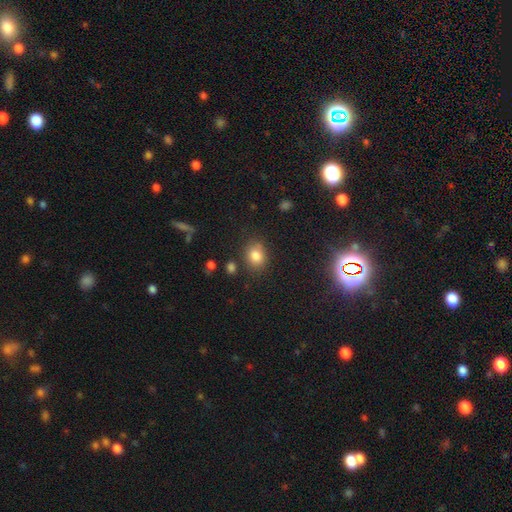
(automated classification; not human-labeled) smooth-or-featured: smooth: 82% | star or artifact: 11% | featured or disk: 7%
  how-rounded: in between: 51% | round: 48% | cigar-shaped: 1%
  merging: none: 77% | minor disturbance: 14% | merger: 4% | major disturbance: 4%